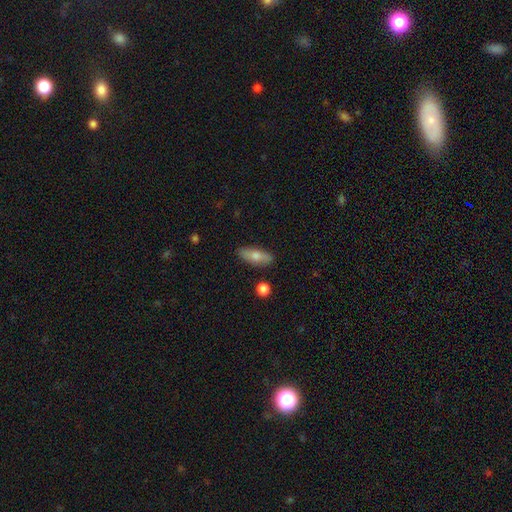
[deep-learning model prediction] This is likely a smooth galaxy (65%). How rounded: likely in between (67%). Merging: clearly none (87%).